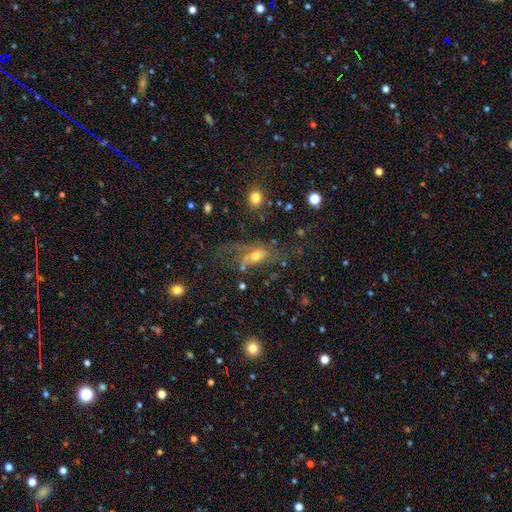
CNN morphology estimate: Q: Smooth or featured?
A: featured or disk (45%); runner-up: smooth (38%)
Q: Merging?
A: none (37%); runner-up: major disturbance (36%)